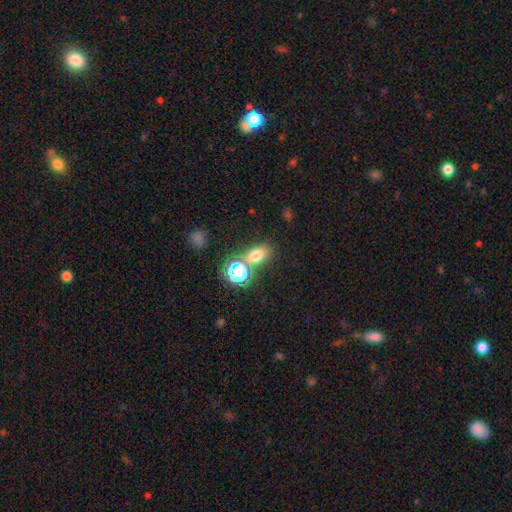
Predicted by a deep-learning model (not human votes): A smooth galaxy with no disk features (68%) that is in between round and cigar-shaped (68%).

Vote fractions:
- Smooth or featured? smooth: 68% / star or artifact: 23% / featured or disk: 9%
- How rounded? in between: 68% / round: 29% / cigar-shaped: 3%
- Merging? none: 65% / merger: 20% / minor disturbance: 11% / major disturbance: 4%